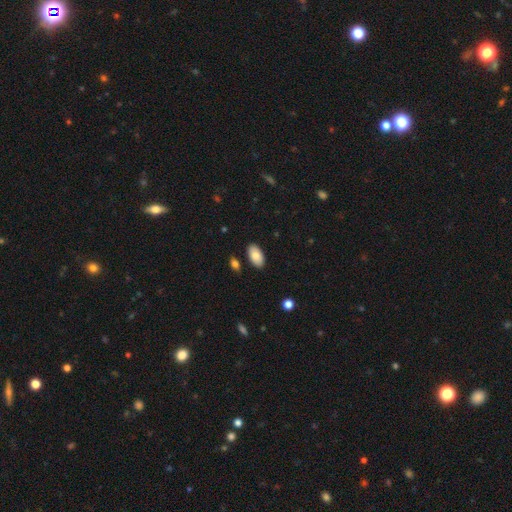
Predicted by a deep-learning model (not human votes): Overall: smooth (82%). How rounded: in between (95%). Merging: none (87%).